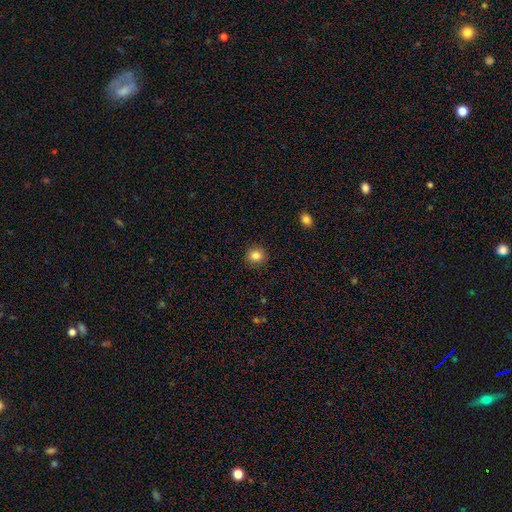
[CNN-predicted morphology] This is clearly a smooth galaxy (84%). How rounded: clearly round (85%). Merging: clearly none (91%).